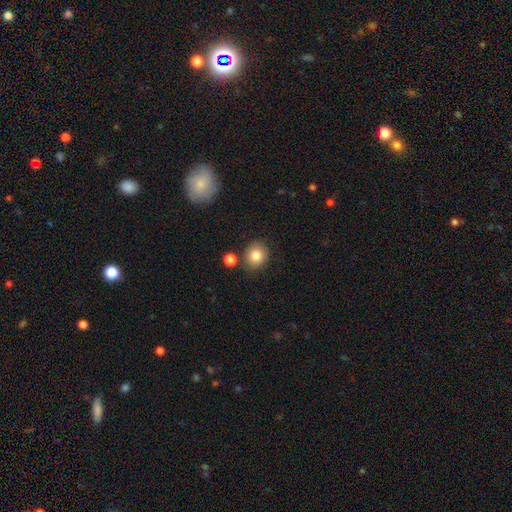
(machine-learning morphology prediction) Smooth or featured: smooth — 84% (star or artifact — 9%)
How rounded: round — 73% (in between — 26%)
Merging: none — 79% (minor disturbance — 11%)